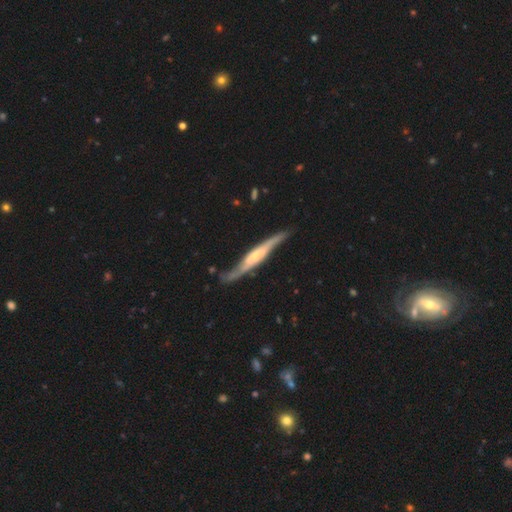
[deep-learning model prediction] Overall: featured or disk (72%). Edge-on disk: yes (80%). Edge-on bulge: rounded (45%; boxy 32%). Merging: none (73%).